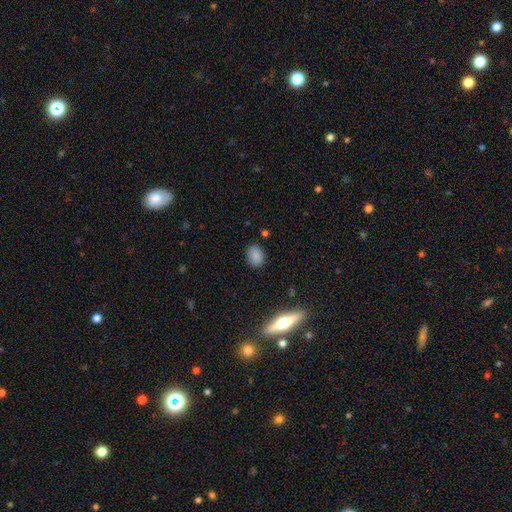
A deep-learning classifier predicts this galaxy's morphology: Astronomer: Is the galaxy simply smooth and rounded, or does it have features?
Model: smooth — 84%.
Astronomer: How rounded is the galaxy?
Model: in between — 67%.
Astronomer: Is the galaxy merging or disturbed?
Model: none — 84%.